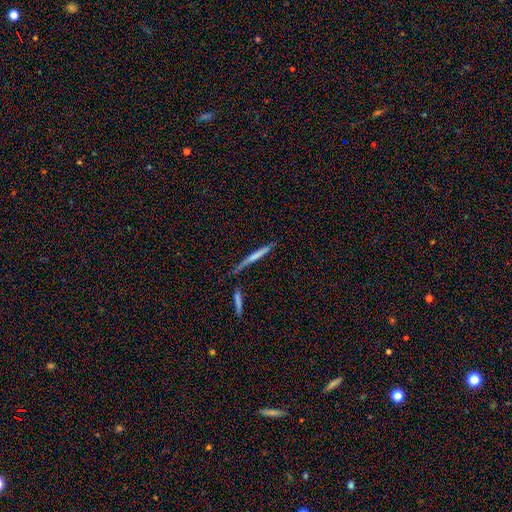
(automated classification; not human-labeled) smooth-or-featured: smooth: 53% | featured or disk: 41% | star or artifact: 7%
  how-rounded: cigar-shaped: 95% | in between: 3% | round: 2%
  merging: none: 69% | minor disturbance: 16% | merger: 10% | major disturbance: 5%